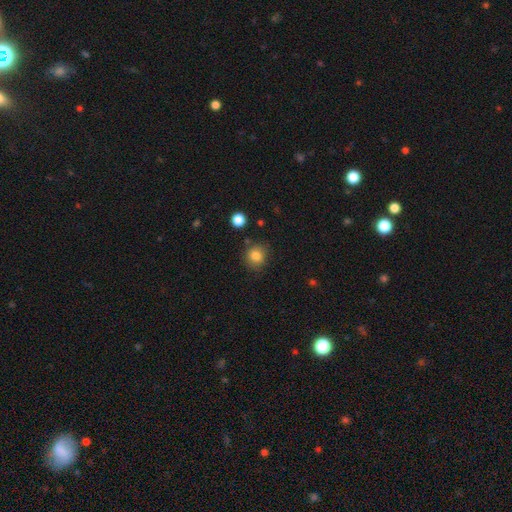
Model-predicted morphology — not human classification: Q: Smooth or featured?
A: smooth (83%); runner-up: star or artifact (11%)
Q: How rounded?
A: round (86%); runner-up: in between (13%)
Q: Merging?
A: none (81%); runner-up: minor disturbance (12%)